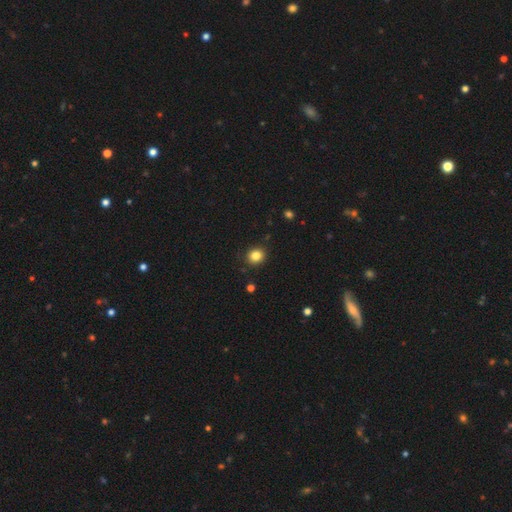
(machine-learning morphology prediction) smooth_or_featured: smooth (p=0.83) [alt: star or artifact p=0.12]
how_rounded: round (p=0.79) [alt: in between p=0.20]
merging: none (p=0.88) [alt: minor disturbance p=0.08]